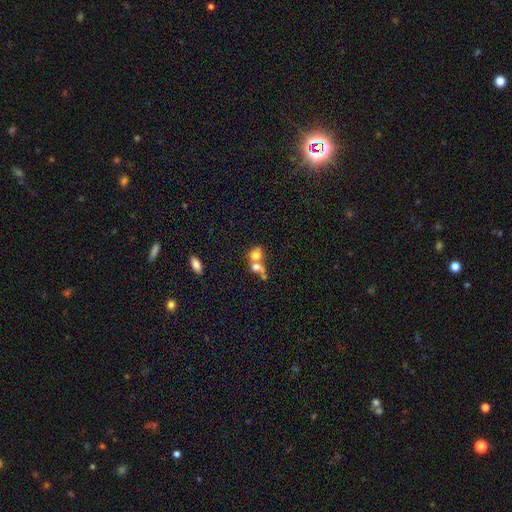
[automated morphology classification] Q: Smooth or featured?
A: smooth (69%); runner-up: featured or disk (19%)
Q: How rounded?
A: round (57%); runner-up: in between (41%)
Q: Merging?
A: merger (65%); runner-up: none (22%)